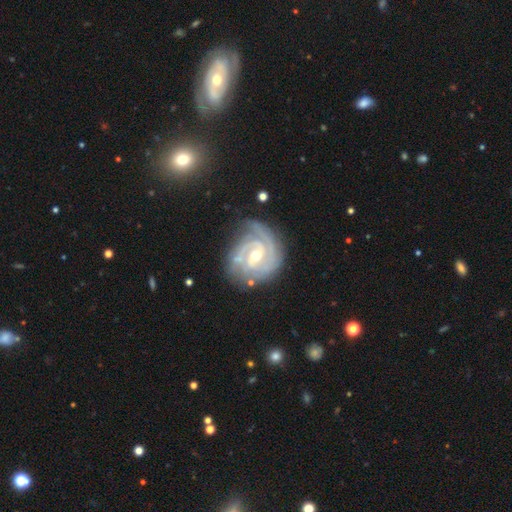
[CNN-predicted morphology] The model was most divided on "spiral arm count": 2: 40%, 3: 30%, can't tell: 14%, 4: 7%, 1: 5%, more than 4: 4%. More confident: spiral arms — yes (98%); edge-on disk — no (98%); smooth or featured — featured or disk (91%); spiral winding — tight (71%); merging — none (70%); bulge size — moderate (58%); bar — weak (50%).